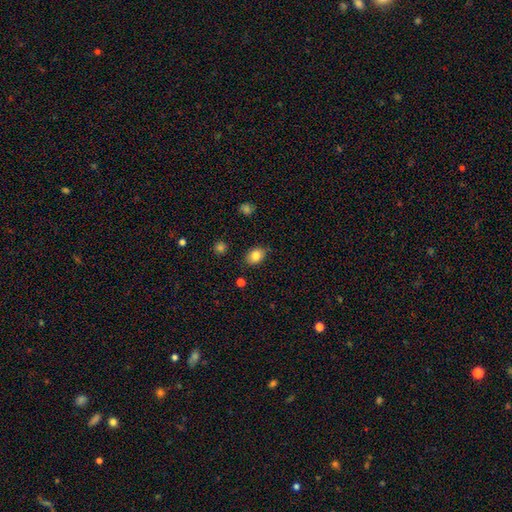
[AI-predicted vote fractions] A smooth galaxy with no disk features (83%) that is in between round and cigar-shaped (69%).

Vote fractions:
- Smooth or featured? smooth: 83% / star or artifact: 9% / featured or disk: 8%
- How rounded? in between: 69% / round: 29% / cigar-shaped: 1%
- Merging? none: 83% / minor disturbance: 13% / major disturbance: 2% / merger: 2%